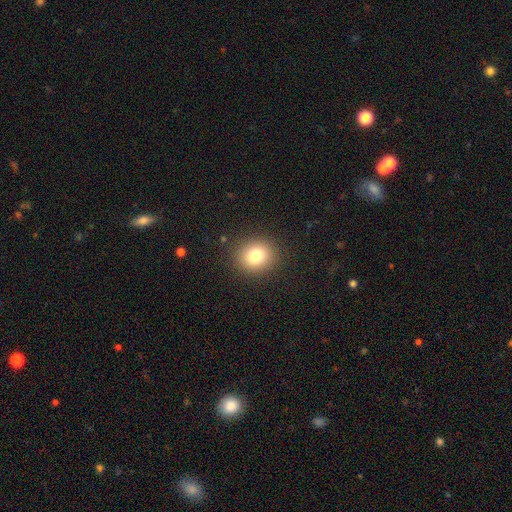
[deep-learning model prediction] smooth-or-featured: smooth: 79% | star or artifact: 12% | featured or disk: 9%
  how-rounded: round: 79% | in between: 20% | cigar-shaped: 1%
  merging: none: 89% | minor disturbance: 7% | major disturbance: 3% | merger: 1%